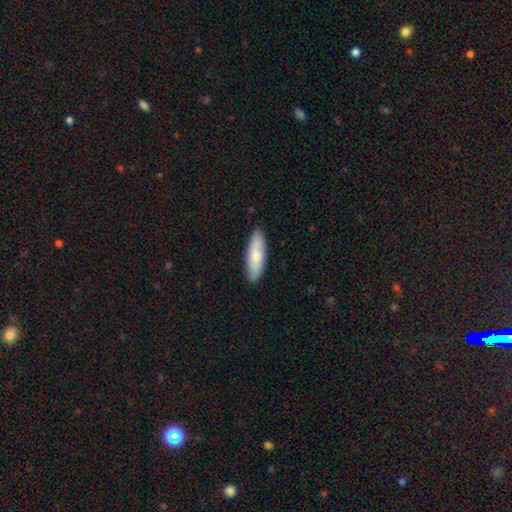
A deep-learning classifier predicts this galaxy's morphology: Smooth or featured? smooth (72%)
How rounded? in between (52%)
Merging? none (86%)